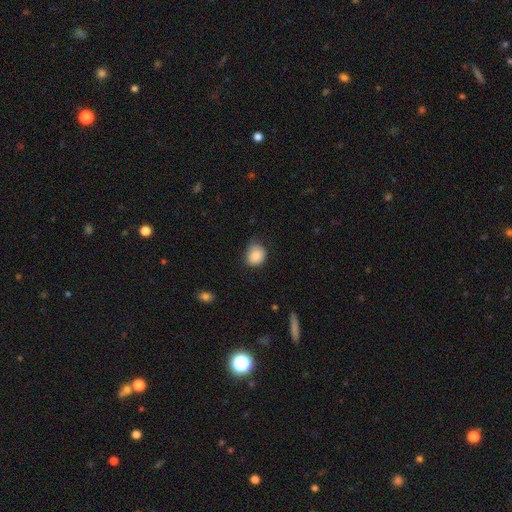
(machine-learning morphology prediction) Q: Smooth or featured?
A: smooth (86%); runner-up: star or artifact (8%)
Q: How rounded?
A: round (70%); runner-up: in between (29%)
Q: Merging?
A: none (65%); runner-up: minor disturbance (29%)